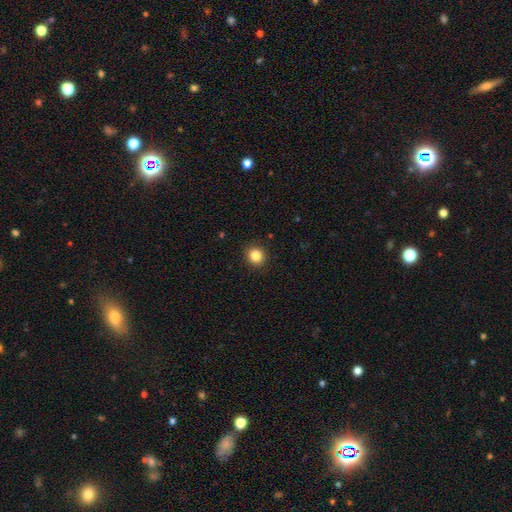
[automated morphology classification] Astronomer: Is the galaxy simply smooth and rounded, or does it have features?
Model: smooth — 84%.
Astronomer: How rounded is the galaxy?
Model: round — 87%.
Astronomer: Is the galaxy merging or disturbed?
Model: none — 91%.